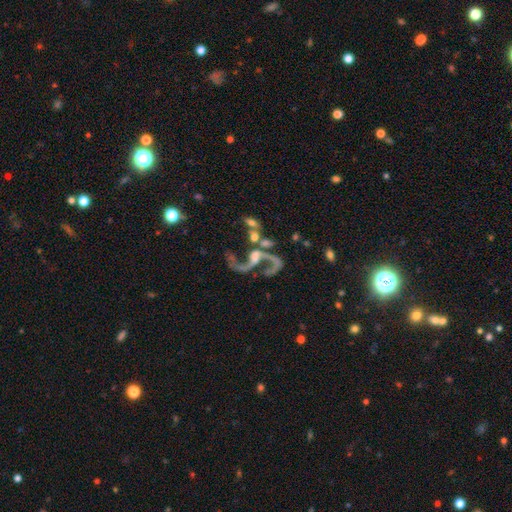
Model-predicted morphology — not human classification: The model was most divided on "bulge size" (2-way tie): small: 32%, moderate: 32%, none: 28%, large: 6%, dominant: 2%. Remaining: edge-on disk — no (97%); spiral arms — yes (87%); smooth or featured — featured or disk (84%); spiral arm count — 2 (82%); spiral winding — loose (82%); bar — no (47%); merging — merger (33%).